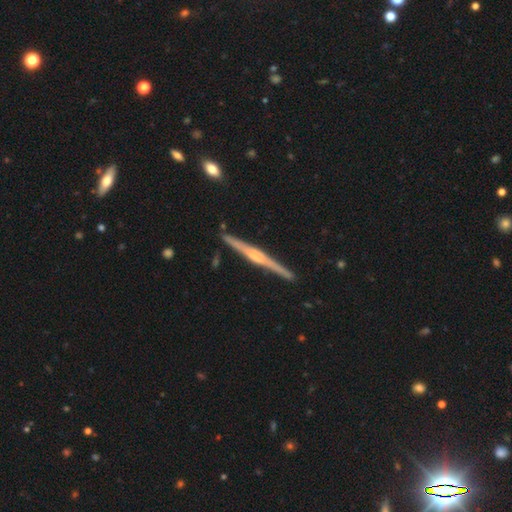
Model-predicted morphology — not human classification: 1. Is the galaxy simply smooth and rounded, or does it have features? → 83% featured or disk, 12% smooth, 5% star or artifact.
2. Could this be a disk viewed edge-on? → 98% yes, 2% no.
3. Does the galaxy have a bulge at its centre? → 71% rounded, 17% boxy, 13% none.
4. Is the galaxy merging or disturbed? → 90% none, 7% minor disturbance, 1% merger, 1% major disturbance.